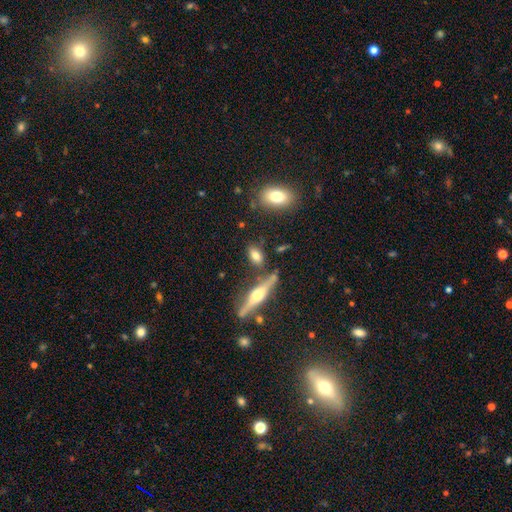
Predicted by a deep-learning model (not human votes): The model was most divided on "smooth or featured": smooth: 69%, featured or disk: 22%, star or artifact: 9%. More confident: how rounded — in between (80%); merging — none (74%).